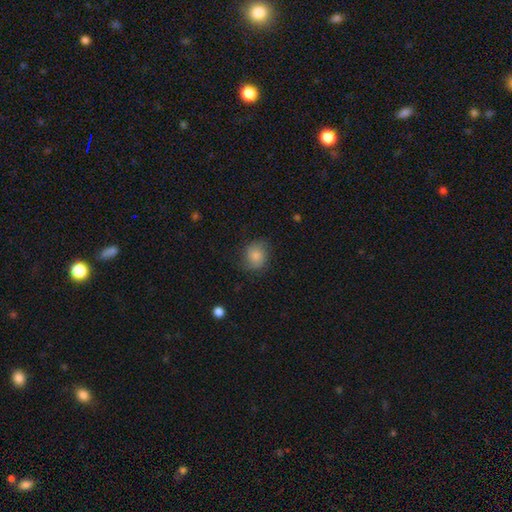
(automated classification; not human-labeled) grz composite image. It shows a smooth galaxy with no disk features (78%) that is round (73%). Merging: none (73%).